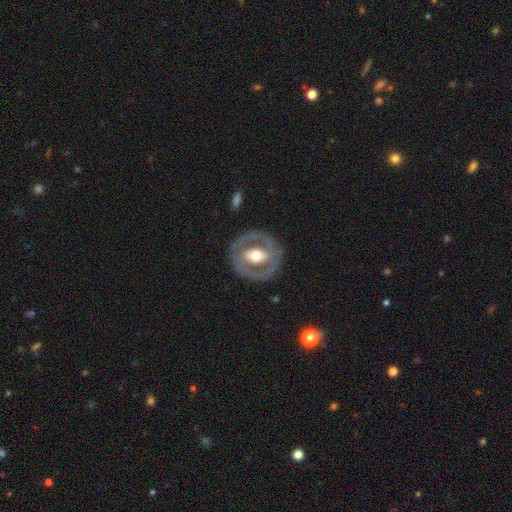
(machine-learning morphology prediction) The model was most divided on "bar": no: 37%, weak: 32%, strong: 30%. More confident: edge-on disk — no (94%); merging — none (82%); smooth or featured — featured or disk (69%); bulge size — moderate (69%); spiral arms — no (68%).